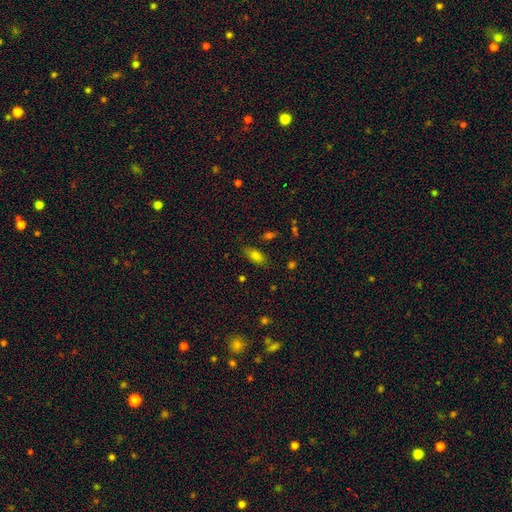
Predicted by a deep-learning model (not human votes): A smooth galaxy with no disk features (79%) that is in between round and cigar-shaped (87%).

Vote fractions:
- Smooth or featured? smooth: 79% / star or artifact: 13% / featured or disk: 9%
- How rounded? in between: 87% / cigar-shaped: 10% / round: 4%
- Merging? none: 77% / minor disturbance: 16% / major disturbance: 4% / merger: 3%